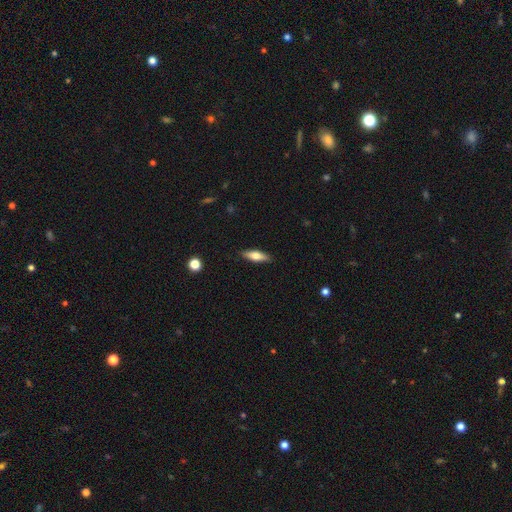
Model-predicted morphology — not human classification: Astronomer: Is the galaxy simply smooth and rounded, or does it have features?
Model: smooth — 68%.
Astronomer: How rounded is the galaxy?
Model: in between — 51% (runner-up: cigar-shaped, 47%).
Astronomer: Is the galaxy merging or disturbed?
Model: none — 88%.